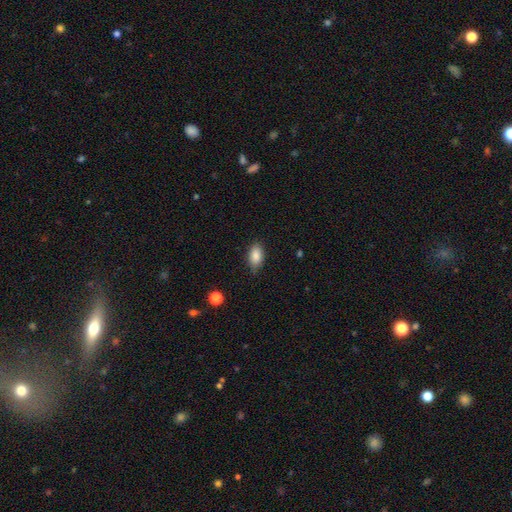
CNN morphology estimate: The model was most divided on "merging": none: 79%, minor disturbance: 17%, major disturbance: 3%, merger: 1%. More confident: how rounded — in between (90%); smooth or featured — smooth (86%).